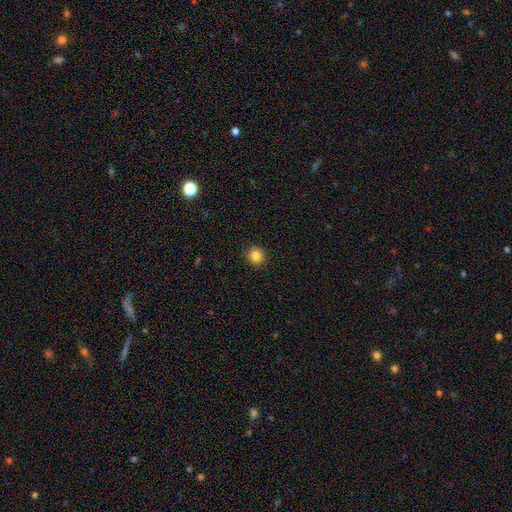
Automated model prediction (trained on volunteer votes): smooth 85%, star or artifact 11%, featured or disk 4%. Down the decision tree: how rounded — round (91%); merging — none (92%).